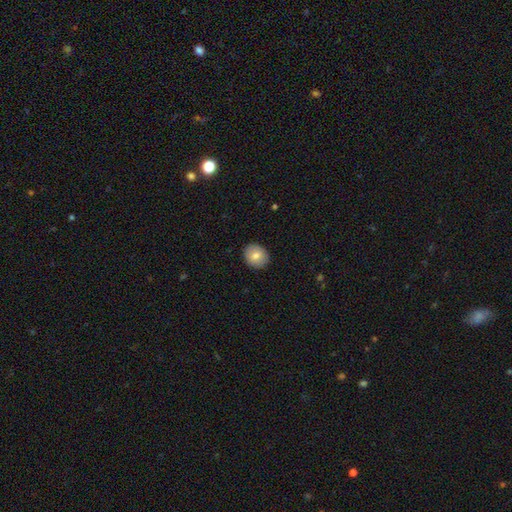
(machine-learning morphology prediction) This is likely a smooth galaxy (78%). How rounded: likely round (63%). Merging: clearly none (90%).